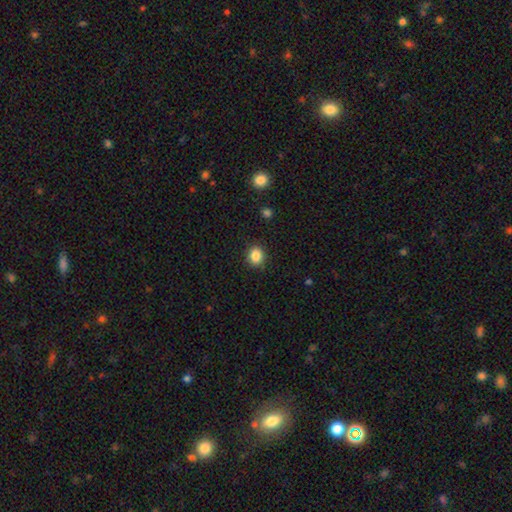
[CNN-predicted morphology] Smooth or featured? Predicted: smooth (p=0.86). How rounded? Predicted: round (p=0.65). Merging? Predicted: none (p=0.89).